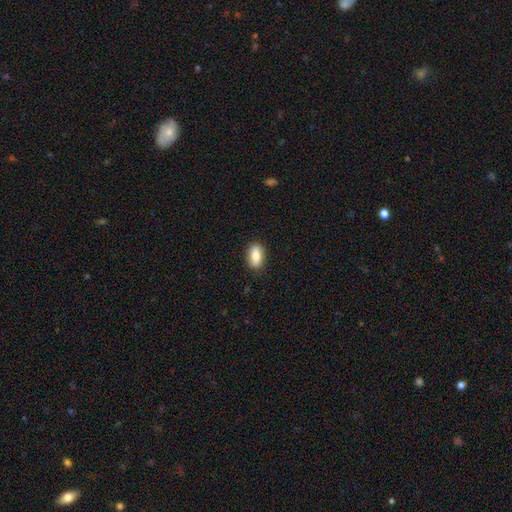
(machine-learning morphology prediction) Overall: smooth (80%). How rounded: in between (86%). Merging: none (87%).